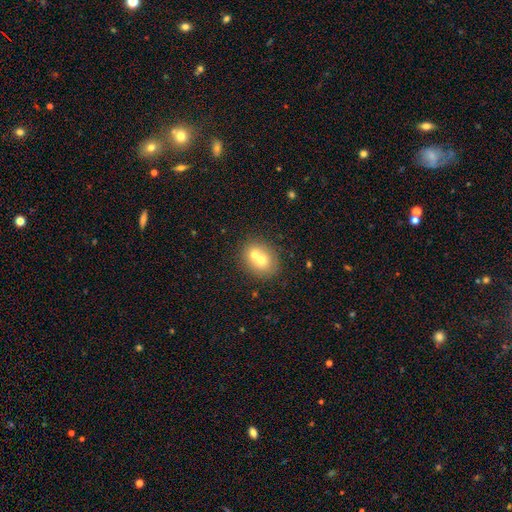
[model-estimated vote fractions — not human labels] smooth 63%, featured or disk 26%, star or artifact 11%. Down the decision tree: how rounded — round (71%); merging — merger (58%).